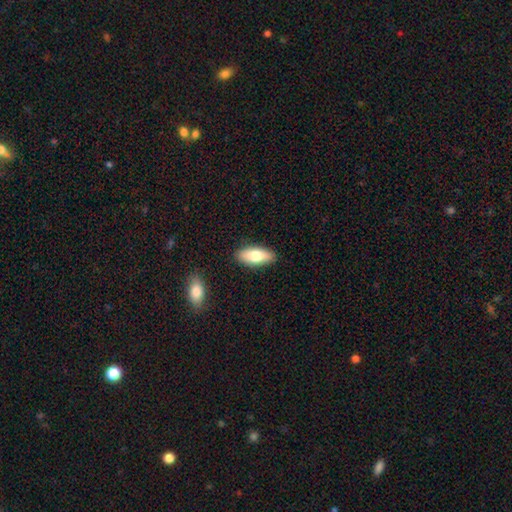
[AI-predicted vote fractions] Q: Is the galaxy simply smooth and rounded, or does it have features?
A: smooth — 74%.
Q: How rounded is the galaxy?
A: in between — 80%.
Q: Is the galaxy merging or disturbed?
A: none — 88%.